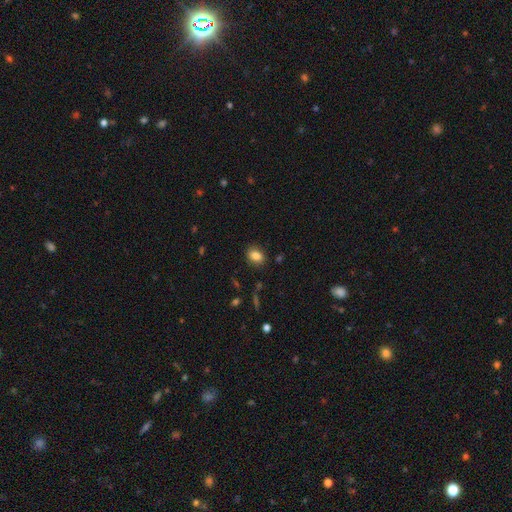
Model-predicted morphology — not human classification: smooth-or-featured: smooth: 84% | star or artifact: 10% | featured or disk: 6%
  how-rounded: in between: 70% | round: 28% | cigar-shaped: 1%
  merging: none: 84% | minor disturbance: 11% | major disturbance: 3% | merger: 2%